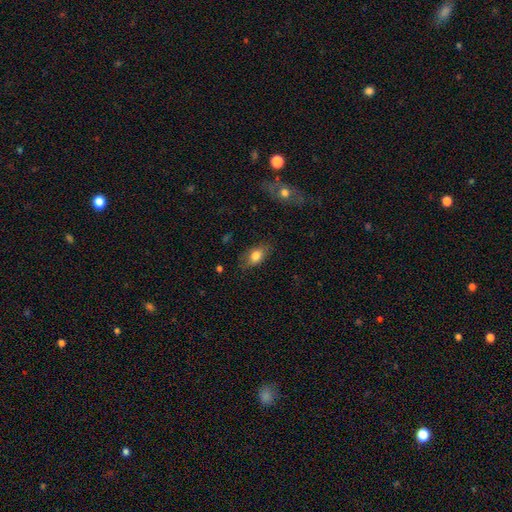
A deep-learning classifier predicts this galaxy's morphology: smooth_or_featured: smooth (p=0.78) [alt: featured or disk p=0.14]
how_rounded: in between (p=0.86) [alt: round p=0.09]
merging: none (p=0.77) [alt: minor disturbance p=0.17]